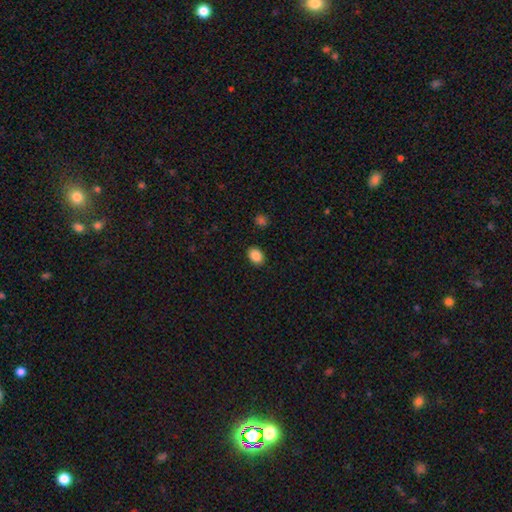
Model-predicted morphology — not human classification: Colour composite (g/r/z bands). It shows a smooth galaxy with no disk features (88%) that is in between round and cigar-shaped (72%). Merging: none (89%).